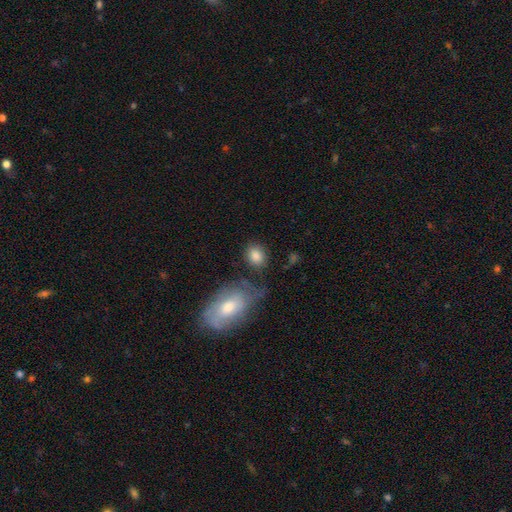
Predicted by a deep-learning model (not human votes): Smooth or featured?
  - smooth: 85% *
  - star or artifact: 8%
  - featured or disk: 7%
How rounded?
  - in between: 56% *
  - round: 42%
  - cigar-shaped: 2%
Merging?
  - none: 70% *
  - minor disturbance: 15%
  - merger: 9%
  - major disturbance: 6%